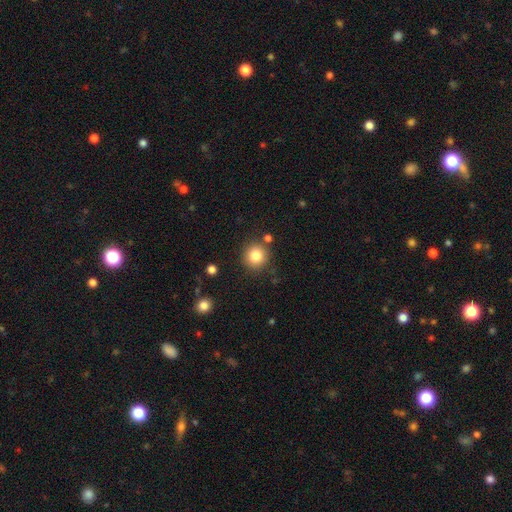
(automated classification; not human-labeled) Smooth or featured? smooth (82%)
How rounded? round (93%)
Merging? none (83%)